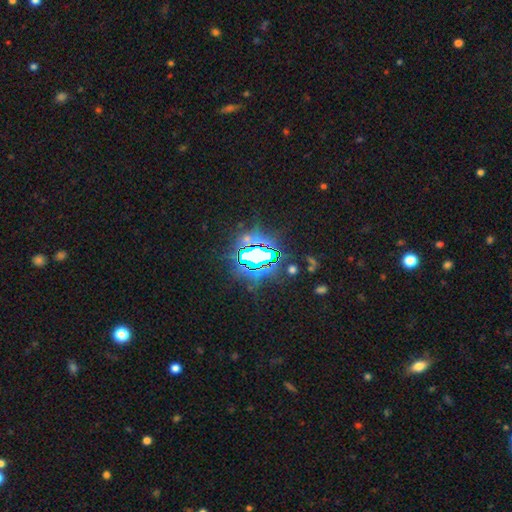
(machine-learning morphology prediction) star or artifact 77%, smooth 12%, featured or disk 11%.